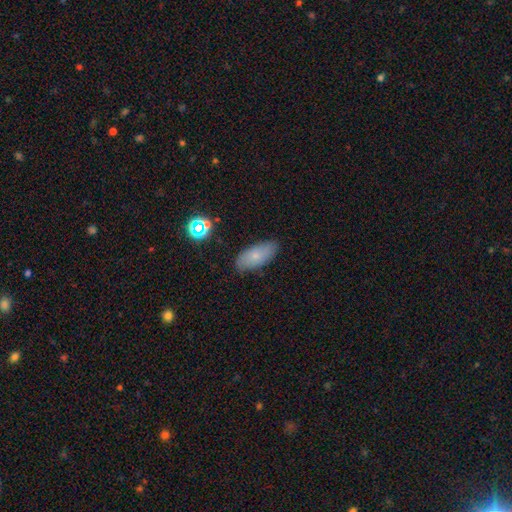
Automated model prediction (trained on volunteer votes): A smooth galaxy with no disk features (73%) that is in between round and cigar-shaped (86%). Merging: none (84%).